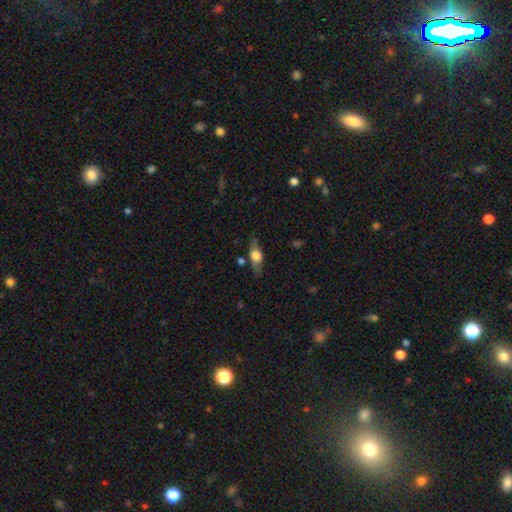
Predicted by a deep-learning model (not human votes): smooth_or_featured: smooth (p=0.51) [alt: featured or disk p=0.41]
how_rounded: in between (p=0.57) [alt: cigar-shaped p=0.33]
merging: none (p=0.72) [alt: minor disturbance p=0.18]